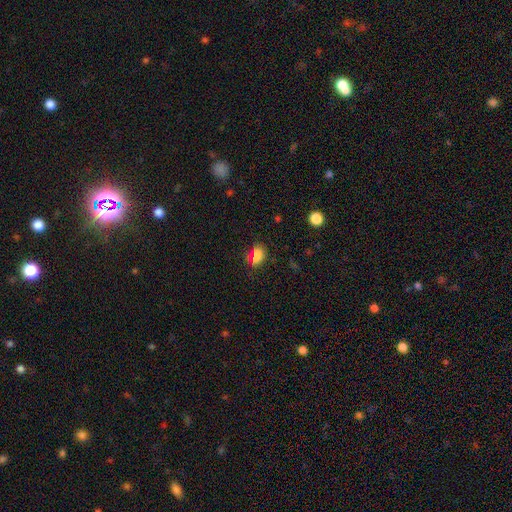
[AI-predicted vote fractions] This is likely a smooth galaxy (76%). How rounded: likely in between (73%). Merging: likely none (74%).